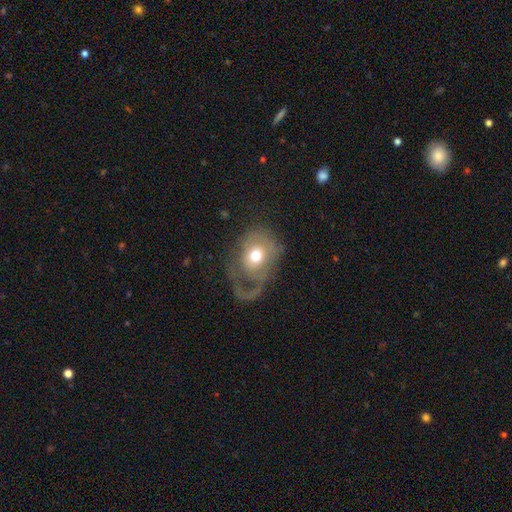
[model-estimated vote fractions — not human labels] A smooth galaxy with no disk features (50%). Merging: major disturbance (57%).